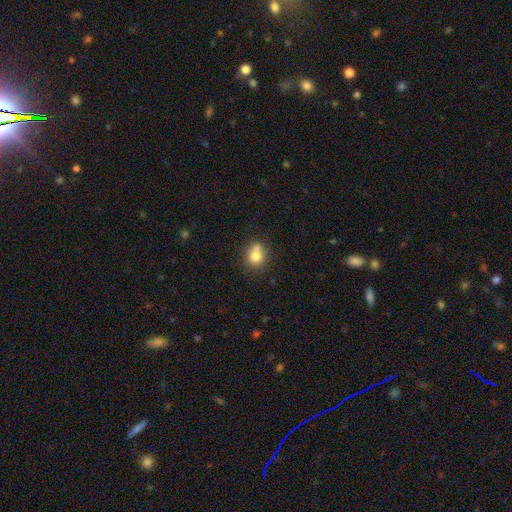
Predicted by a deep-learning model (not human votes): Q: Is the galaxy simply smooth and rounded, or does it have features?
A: smooth — 76%.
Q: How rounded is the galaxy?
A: round — 68%.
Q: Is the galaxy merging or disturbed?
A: none — 52%.